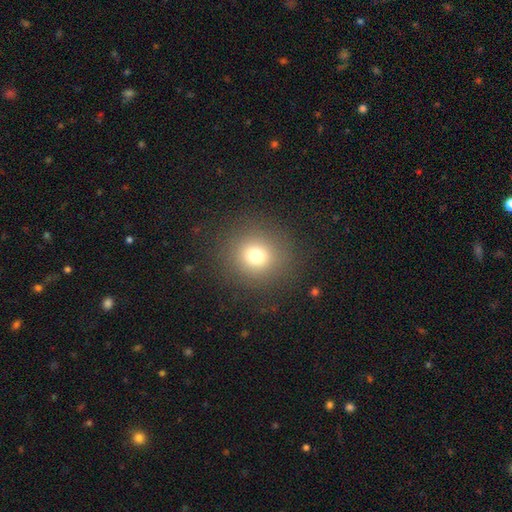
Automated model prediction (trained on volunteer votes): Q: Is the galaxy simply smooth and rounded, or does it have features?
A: smooth — 74%.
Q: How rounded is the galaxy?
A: round — 91%.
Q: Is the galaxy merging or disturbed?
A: none — 88%.